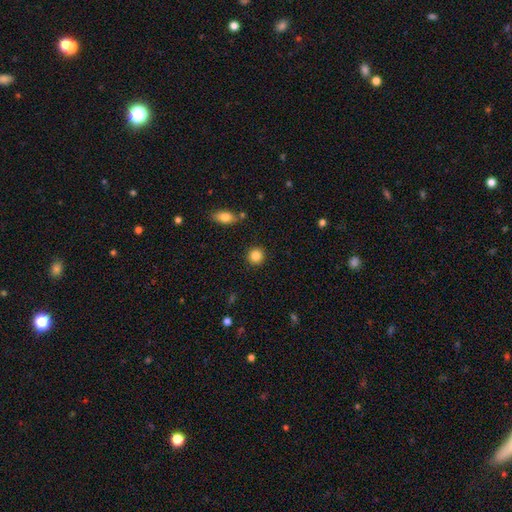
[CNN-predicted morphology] A smooth galaxy with no disk features (86%) that is round (91%). Merging: none (90%).